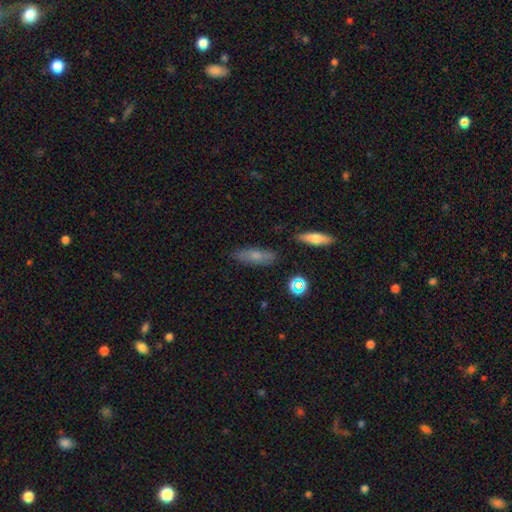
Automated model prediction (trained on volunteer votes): Smooth or featured? Predicted: smooth (p=0.64). How rounded? Predicted: in between (p=0.51). Merging? Predicted: none (p=0.79).